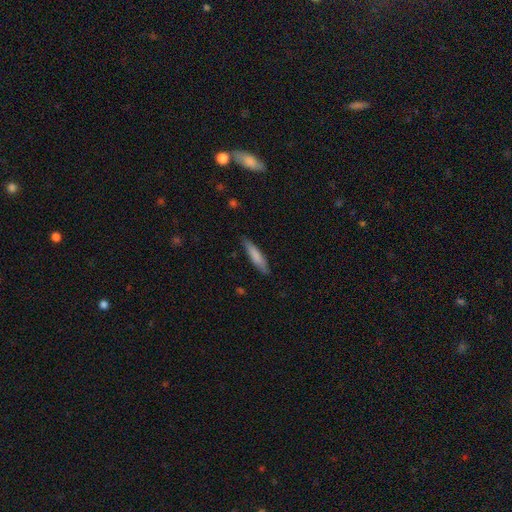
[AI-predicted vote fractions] The model was most divided on "smooth or featured": smooth: 79%, featured or disk: 15%, star or artifact: 5%. More confident: merging — none (86%); how rounded — cigar-shaped (83%).